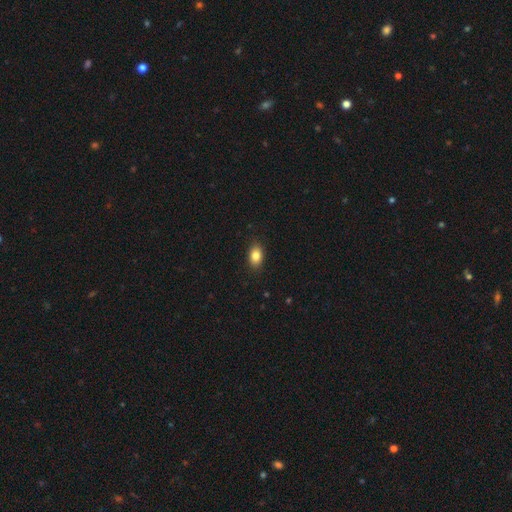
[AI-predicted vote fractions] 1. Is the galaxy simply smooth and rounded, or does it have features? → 85% smooth, 9% star or artifact, 6% featured or disk.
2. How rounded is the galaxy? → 84% in between, 15% round, 2% cigar-shaped.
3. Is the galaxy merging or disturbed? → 88% none, 9% minor disturbance, 2% major disturbance, 1% merger.